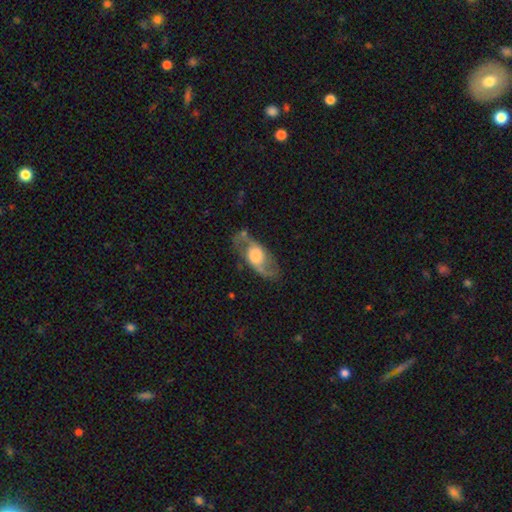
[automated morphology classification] The model was most divided on "spiral winding": loose: 50%, medium: 40%, tight: 10%. More confident: spiral arm count — 2 (91%); edge-on disk — no (88%); spiral arms — yes (84%); smooth or featured — featured or disk (74%); merging — none (72%); bar — no (67%); bulge size — large (56%).